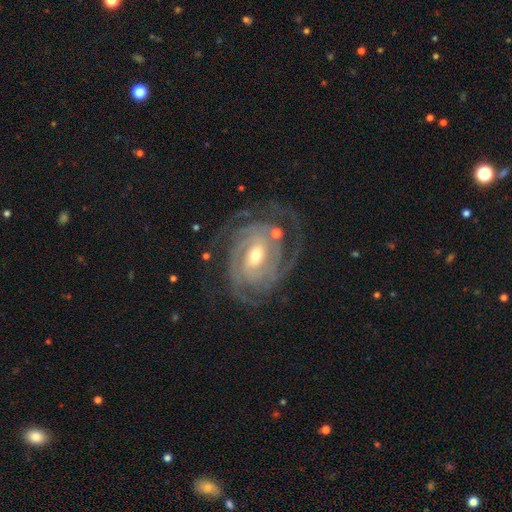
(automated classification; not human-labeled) Smooth or featured? featured or disk (92%)
Edge-on disk? no (97%)
Bar? weak (42%)
Spiral arms? yes (98%)
Spiral winding? tight (70%)
Spiral arm count? 2 (35%)
Bulge size? moderate (53%)
Merging? none (68%)